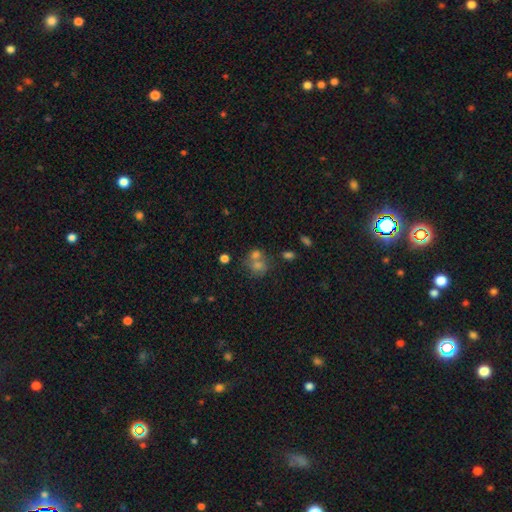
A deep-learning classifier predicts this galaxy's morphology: Smooth or featured? smooth (64%)
How rounded? round (64%)
Merging? merger (47%)